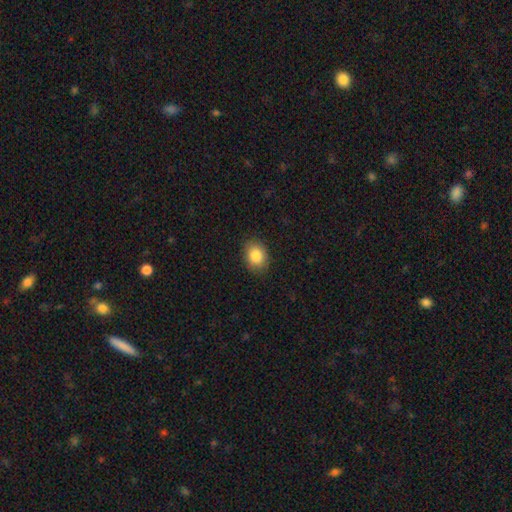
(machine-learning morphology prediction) A smooth galaxy with no disk features (86%) that is in between round and cigar-shaped (64%). Merging: none (87%).